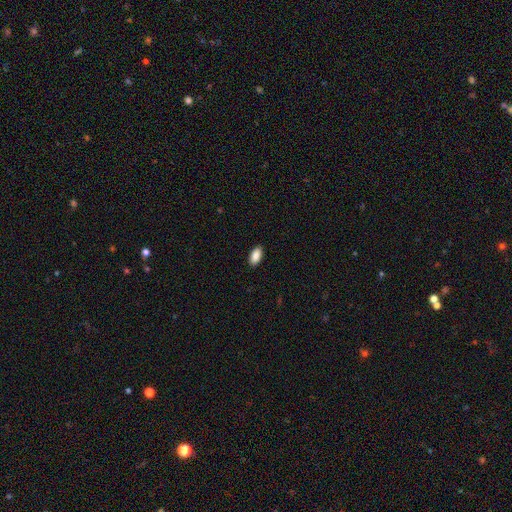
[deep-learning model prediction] Smooth or featured? Predicted: smooth (p=0.90). How rounded? Predicted: in between (p=0.93). Merging? Predicted: none (p=0.90).